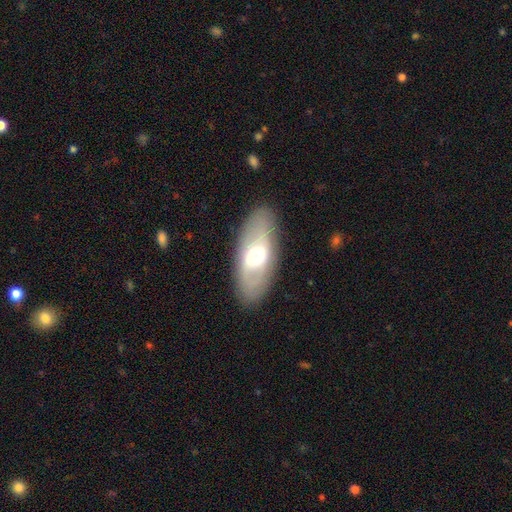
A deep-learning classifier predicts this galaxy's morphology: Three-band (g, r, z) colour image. It shows a featured or disk galaxy (50%). Merging: none (84%).